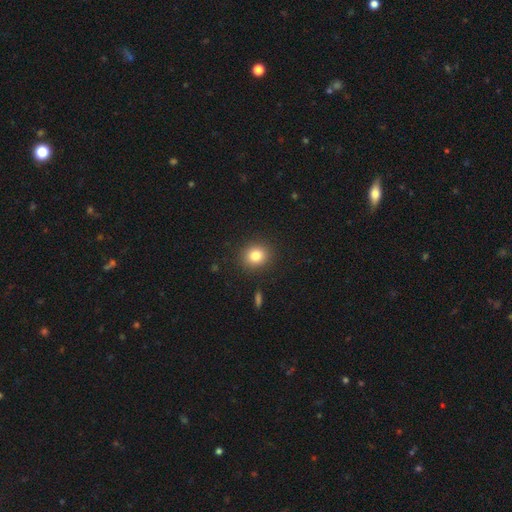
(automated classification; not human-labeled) smooth_or_featured: smooth (p=0.82) [alt: star or artifact p=0.11]
how_rounded: round (p=0.78) [alt: in between p=0.21]
merging: none (p=0.90) [alt: minor disturbance p=0.07]